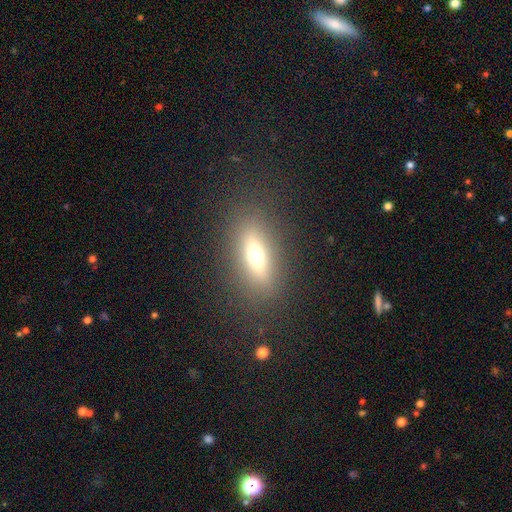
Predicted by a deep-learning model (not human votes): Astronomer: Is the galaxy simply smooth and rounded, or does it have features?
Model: smooth — 56% (runner-up: featured or disk, 33%).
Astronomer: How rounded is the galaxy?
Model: in between — 57% (runner-up: cigar-shaped, 38%).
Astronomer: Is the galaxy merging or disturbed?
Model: none — 85%.